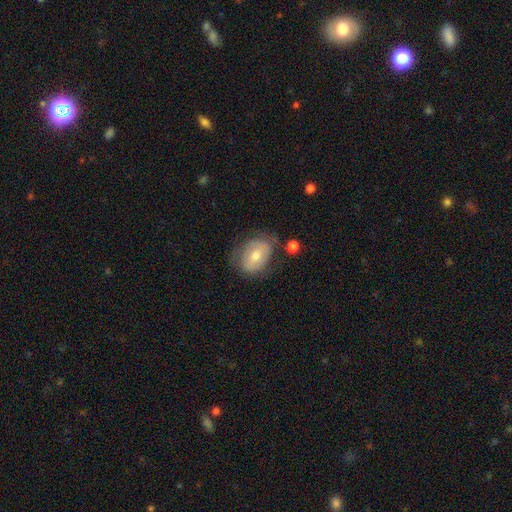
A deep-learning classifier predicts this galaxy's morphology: Q: Smooth or featured?
A: smooth (53%); runner-up: featured or disk (40%)
Q: How rounded?
A: in between (72%); runner-up: round (27%)
Q: Merging?
A: none (61%); runner-up: minor disturbance (25%)